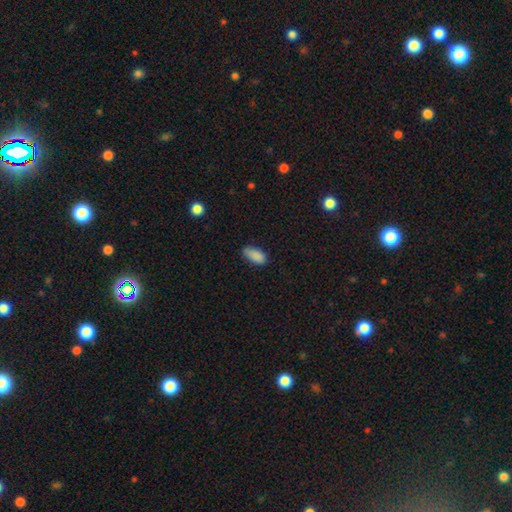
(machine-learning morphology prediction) A smooth galaxy with no disk features (88%) that is in between round and cigar-shaped (90%).

Vote fractions:
- Smooth or featured? smooth: 88% / star or artifact: 7% / featured or disk: 4%
- How rounded? in between: 90% / cigar-shaped: 8% / round: 2%
- Merging? none: 74% / minor disturbance: 21% / major disturbance: 3% / merger: 1%